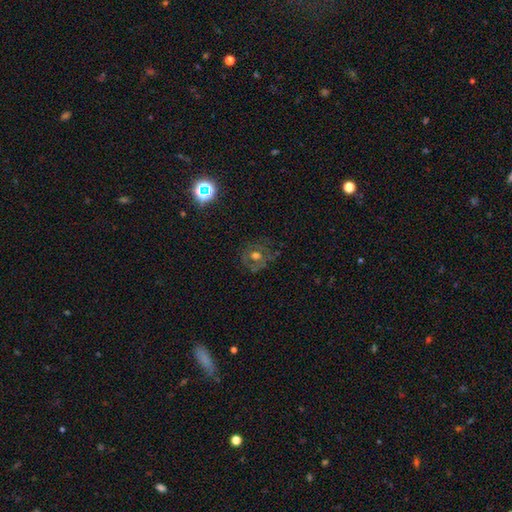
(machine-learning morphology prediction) A featured or disk galaxy (46%).

Vote fractions:
- Smooth or featured? featured or disk: 46% / smooth: 40% / star or artifact: 14%
- Merging? none: 68% / minor disturbance: 19% / major disturbance: 11% / merger: 2%